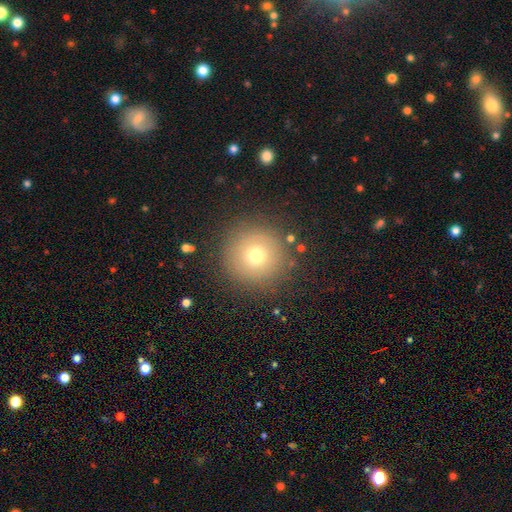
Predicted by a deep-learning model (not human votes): smooth-or-featured: smooth: 70% | star or artifact: 16% | featured or disk: 14%
  how-rounded: round: 96% | in between: 3% | cigar-shaped: 1%
  merging: none: 87% | minor disturbance: 7% | major disturbance: 4% | merger: 2%